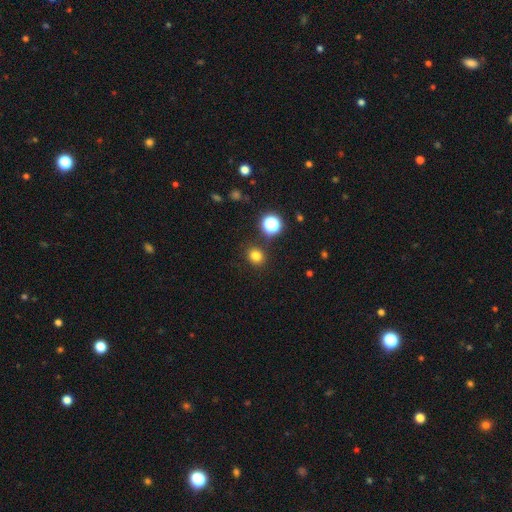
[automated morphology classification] A smooth galaxy with no disk features (78%) that is round (81%). Merging: none (87%).